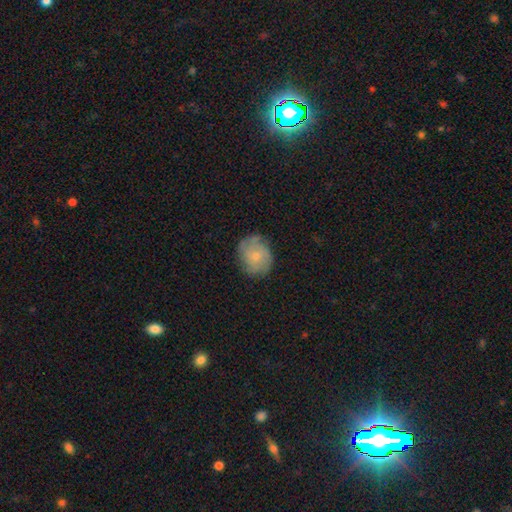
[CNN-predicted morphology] smooth-or-featured: smooth: 50% | featured or disk: 42% | star or artifact: 8%
  merging: none: 72% | minor disturbance: 21% | major disturbance: 6% | merger: 1%